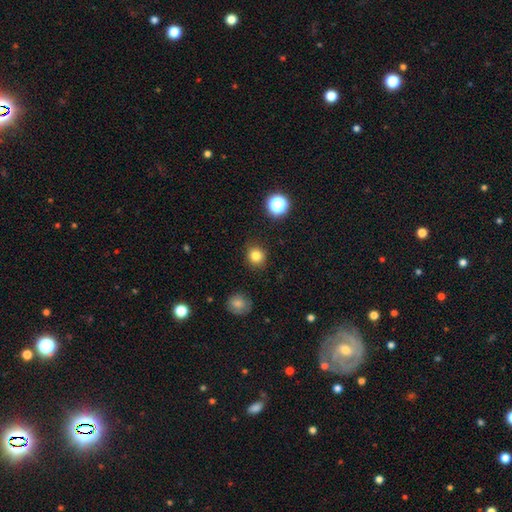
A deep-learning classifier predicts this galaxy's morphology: Q: Smooth or featured?
A: smooth (82%); runner-up: star or artifact (13%)
Q: How rounded?
A: round (88%); runner-up: in between (12%)
Q: Merging?
A: none (88%); runner-up: minor disturbance (8%)